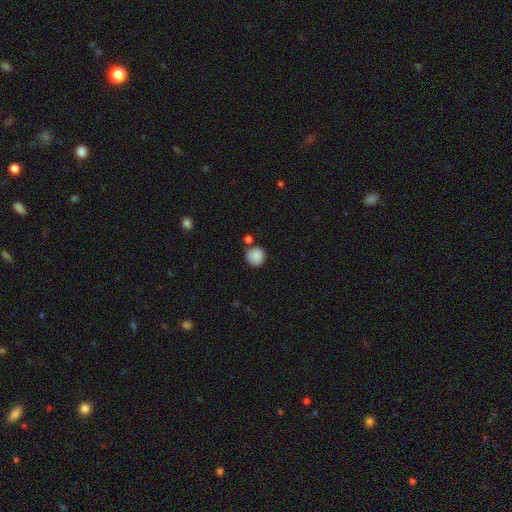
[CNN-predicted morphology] Q: Smooth or featured?
A: smooth (88%); runner-up: star or artifact (9%)
Q: How rounded?
A: round (93%); runner-up: in between (6%)
Q: Merging?
A: none (77%); runner-up: minor disturbance (10%)